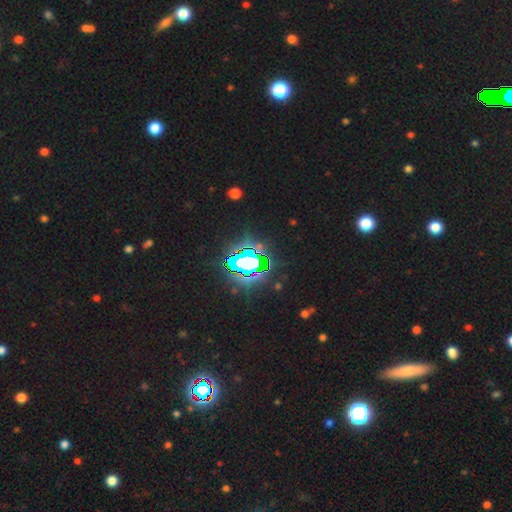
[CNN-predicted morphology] star or artifact 83%, smooth 10%, featured or disk 7%.